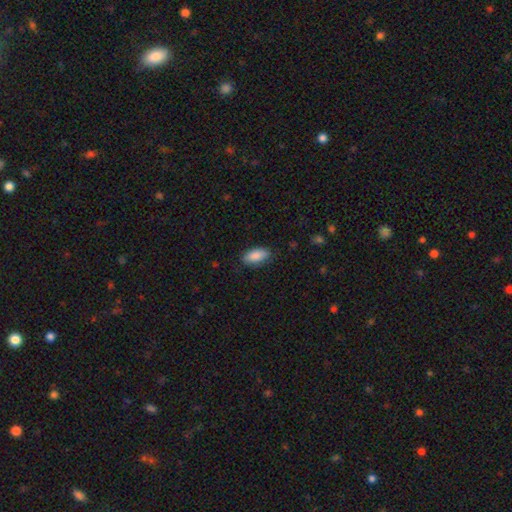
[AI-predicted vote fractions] smooth-or-featured: smooth: 88% | star or artifact: 6% | featured or disk: 5%
  how-rounded: in between: 89% | cigar-shaped: 9% | round: 2%
  merging: none: 83% | minor disturbance: 13% | major disturbance: 3% | merger: 1%